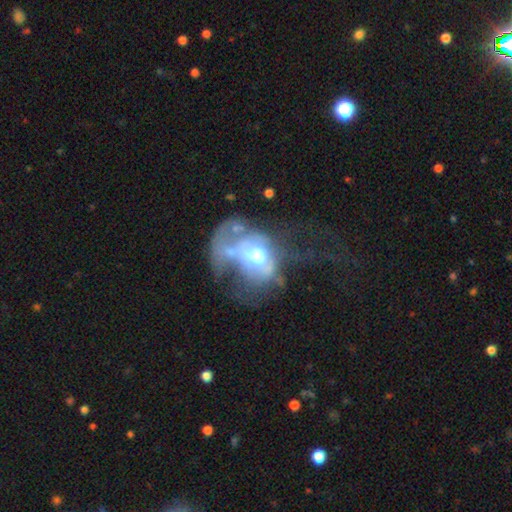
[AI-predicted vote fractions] featured or disk 61%, smooth 28%, star or artifact 11%. Down the decision tree: edge-on disk — no (96%); bar — no (79%); spiral arms — no (74%); bulge size — moderate (62%); merging — major disturbance (52%).